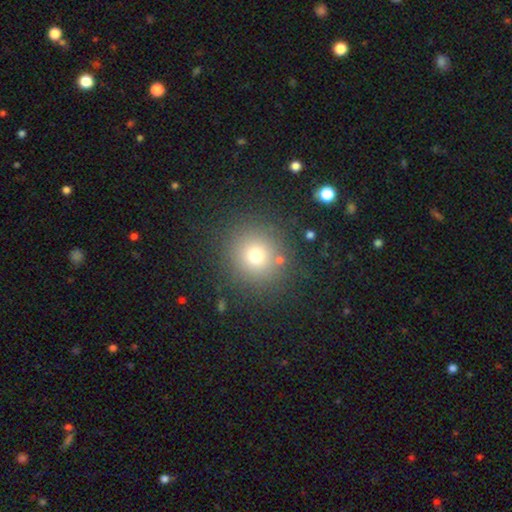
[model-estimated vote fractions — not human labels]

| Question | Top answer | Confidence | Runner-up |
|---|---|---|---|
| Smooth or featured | smooth | 71% | star or artifact (18%) |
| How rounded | round | 91% | in between (8%) |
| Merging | none | 86% | minor disturbance (8%) |